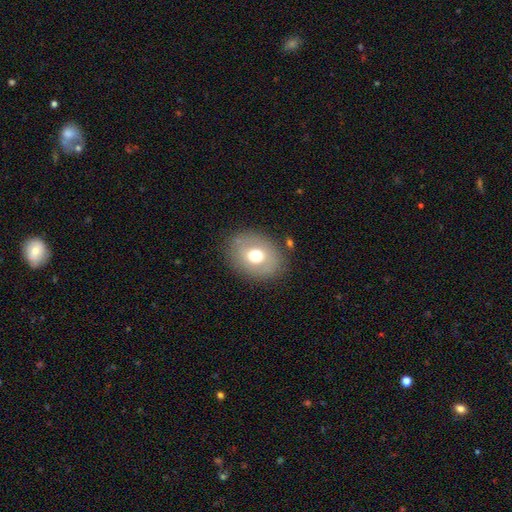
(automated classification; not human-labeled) Morphology: type=smooth (66%); roundness=in between (57%); merging=none (82%).